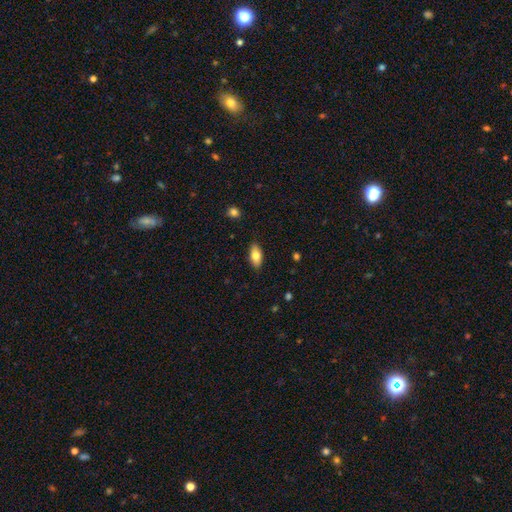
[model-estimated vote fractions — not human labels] This appears to be a smooth galaxy with no disk features (77%) that is in between round and cigar-shaped (88%). Merging: none (88%).